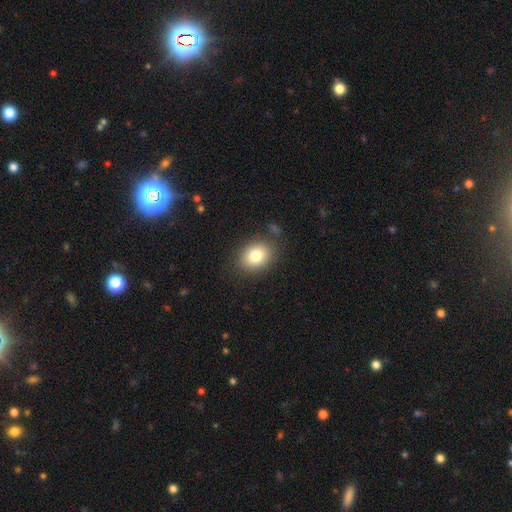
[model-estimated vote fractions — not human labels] Smooth or featured? smooth (81%)
How rounded? in between (61%)
Merging? none (83%)